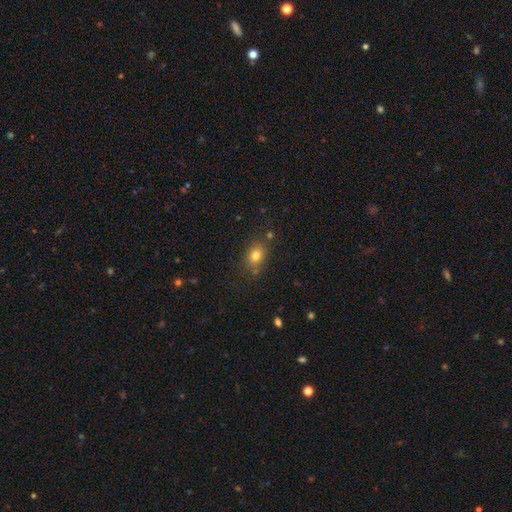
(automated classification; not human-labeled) This is likely a smooth galaxy (79%). How rounded: likely in between (63%). Merging: likely none (76%).